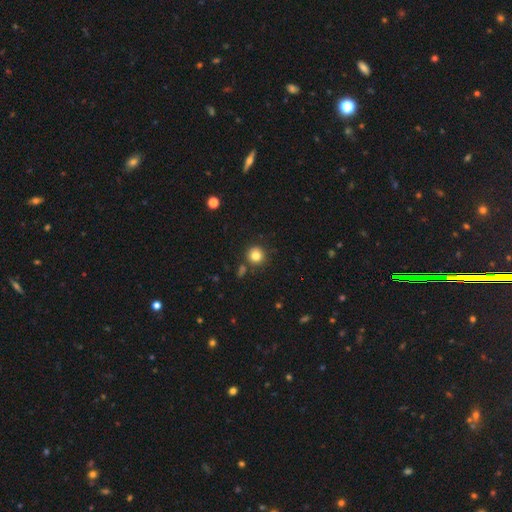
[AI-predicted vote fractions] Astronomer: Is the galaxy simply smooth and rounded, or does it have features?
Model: smooth — 82%.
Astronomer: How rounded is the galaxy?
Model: round — 93%.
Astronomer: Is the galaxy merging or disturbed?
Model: none — 83%.